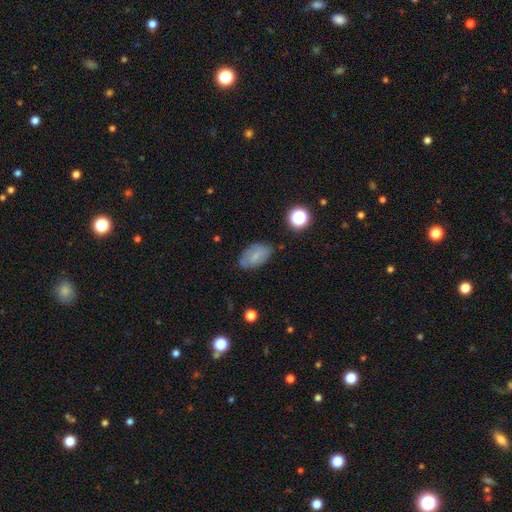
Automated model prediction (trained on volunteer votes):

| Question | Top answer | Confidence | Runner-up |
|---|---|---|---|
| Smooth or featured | smooth | 66% | featured or disk (24%) |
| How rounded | in between | 91% | round (7%) |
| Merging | none | 73% | minor disturbance (20%) |